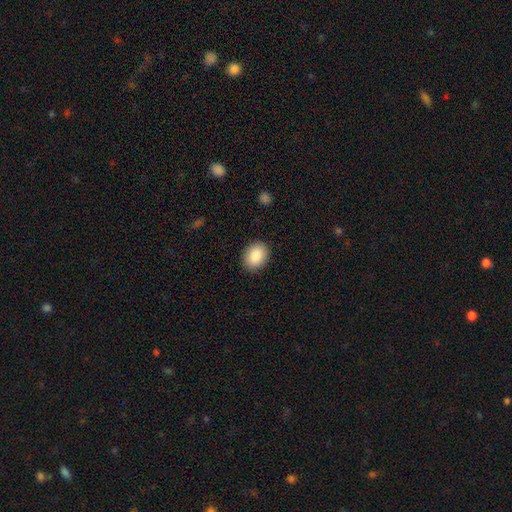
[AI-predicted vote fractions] Smooth or featured: smooth — 88% (star or artifact — 7%)
How rounded: in between — 64% (round — 35%)
Merging: none — 89% (minor disturbance — 8%)